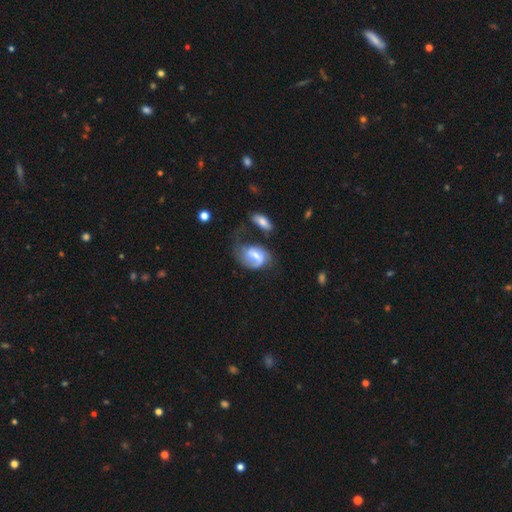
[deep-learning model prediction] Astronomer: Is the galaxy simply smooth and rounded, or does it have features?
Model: featured or disk — 66%.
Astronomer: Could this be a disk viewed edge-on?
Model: no — 97%.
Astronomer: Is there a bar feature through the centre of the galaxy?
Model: weak — 49% (runner-up: no, 30%).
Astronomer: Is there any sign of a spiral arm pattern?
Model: yes — 85%.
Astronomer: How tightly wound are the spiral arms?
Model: loose — 42% (runner-up: medium, 39%).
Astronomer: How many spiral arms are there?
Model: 2 — 50% (runner-up: 1, 37%).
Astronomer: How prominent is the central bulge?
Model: moderate — 41% (runner-up: small, 37%).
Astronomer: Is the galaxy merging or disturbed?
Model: major disturbance — 35% (runner-up: none, 30%).